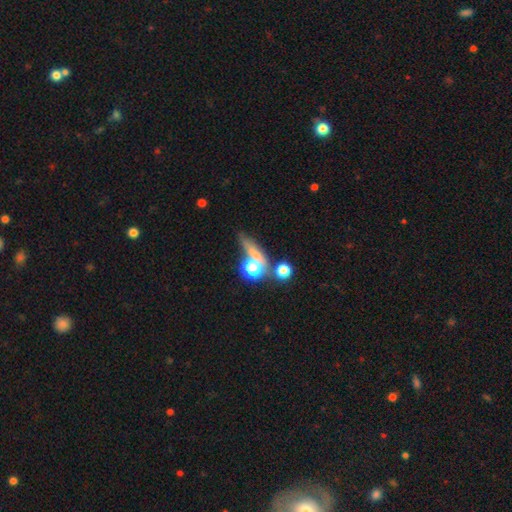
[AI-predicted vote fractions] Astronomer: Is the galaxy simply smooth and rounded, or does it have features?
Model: smooth — 57%.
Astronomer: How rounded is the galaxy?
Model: round — 45% (runner-up: cigar-shaped, 30%).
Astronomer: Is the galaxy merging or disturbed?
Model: none — 47% (runner-up: merger, 26%).